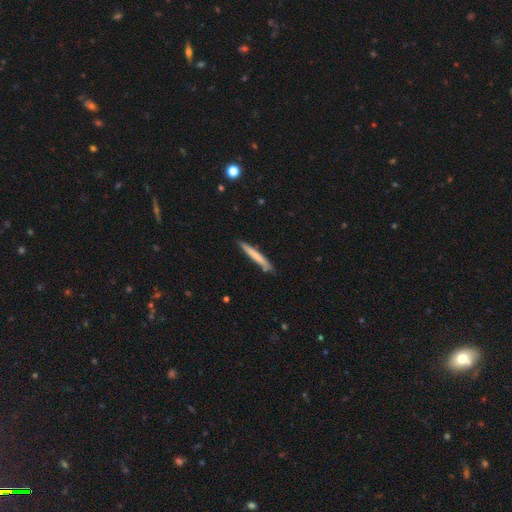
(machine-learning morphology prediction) Overall: smooth (68%). How rounded: cigar-shaped (96%). Merging: none (84%).